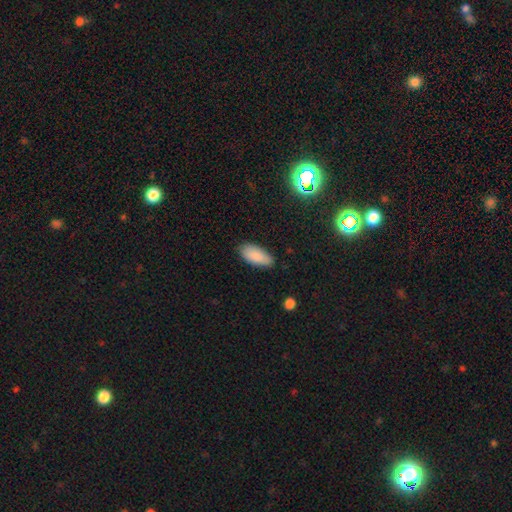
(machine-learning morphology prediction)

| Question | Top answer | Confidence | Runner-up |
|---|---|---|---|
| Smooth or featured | smooth | 88% | star or artifact (7%) |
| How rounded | in between | 89% | cigar-shaped (10%) |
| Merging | none | 81% | minor disturbance (15%) |